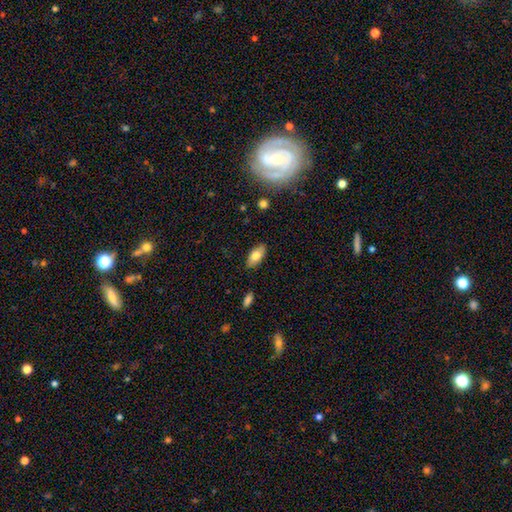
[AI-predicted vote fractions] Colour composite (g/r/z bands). It shows a smooth galaxy with no disk features (74%) that is in between round and cigar-shaped (89%). Merging: none (87%).